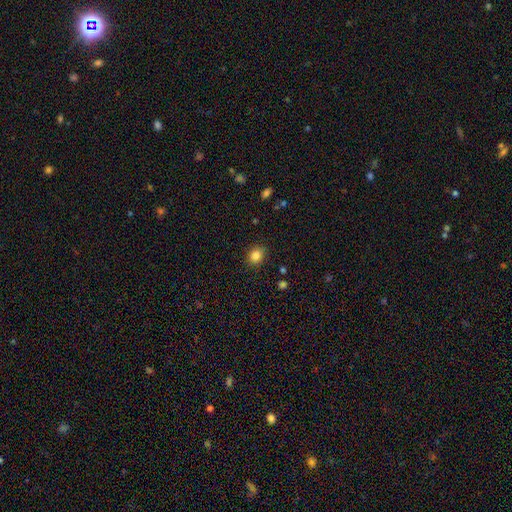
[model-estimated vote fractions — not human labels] A smooth galaxy with no disk features (85%) that is round (55%). Merging: none (87%).